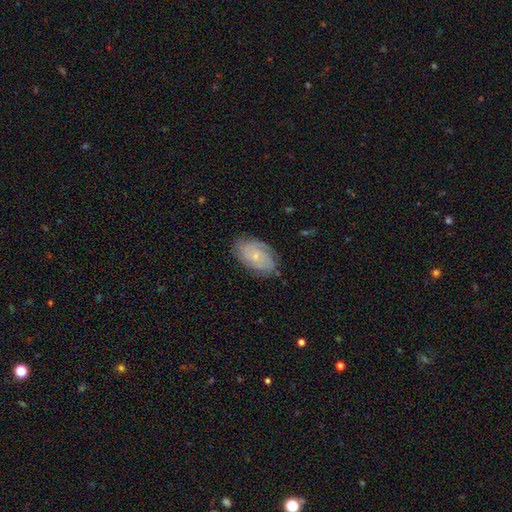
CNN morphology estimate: A featured or disk galaxy (67%) with no bar (76%), tight (63%) spiral arms (90%) and a small central bulge (76%). Merging: none (77%).